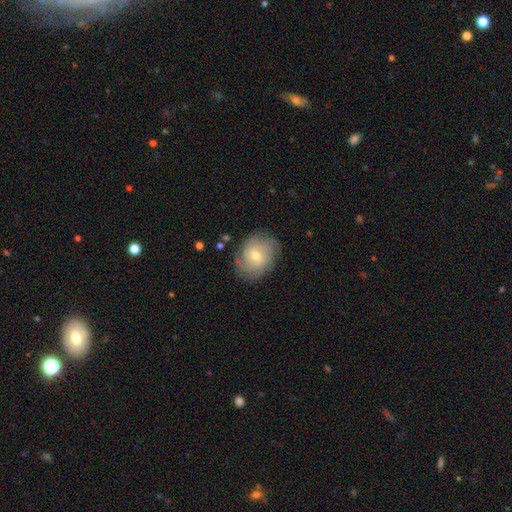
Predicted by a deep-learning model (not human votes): This appears to be a featured or disk galaxy (68%) with no bar (49%), tight (62%) spiral arms (87%) and a moderate central bulge (57%). Merging: none (78%).